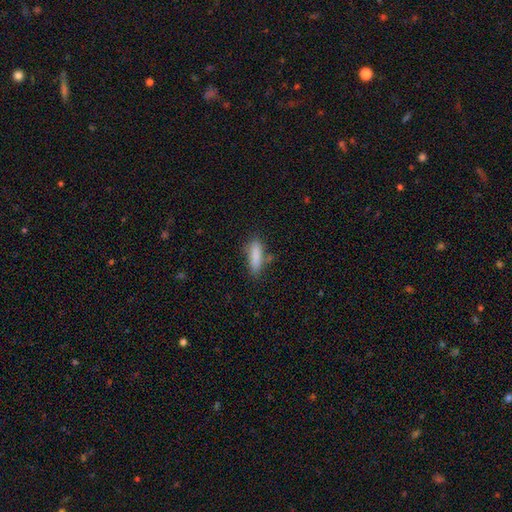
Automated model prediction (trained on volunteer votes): smooth_or_featured: smooth (p=0.85) [alt: featured or disk p=0.08]
how_rounded: cigar-shaped (p=0.57) [alt: in between p=0.41]
merging: none (p=0.70) [alt: minor disturbance p=0.20]